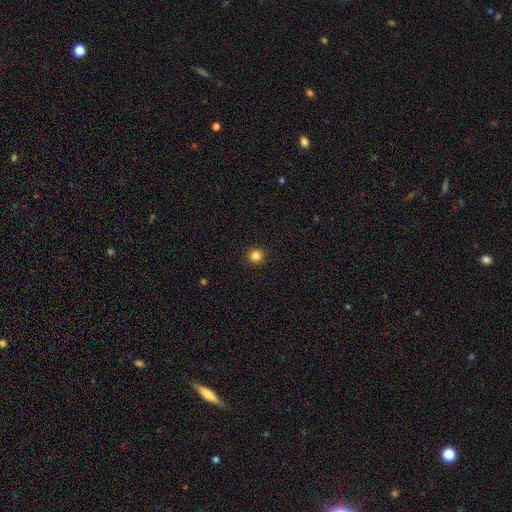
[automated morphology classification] Smooth or featured?
  - smooth: 84% *
  - star or artifact: 12%
  - featured or disk: 4%
How rounded?
  - round: 95% *
  - in between: 4%
  - cigar-shaped: 1%
Merging?
  - none: 93% *
  - minor disturbance: 4%
  - major disturbance: 2%
  - merger: 1%